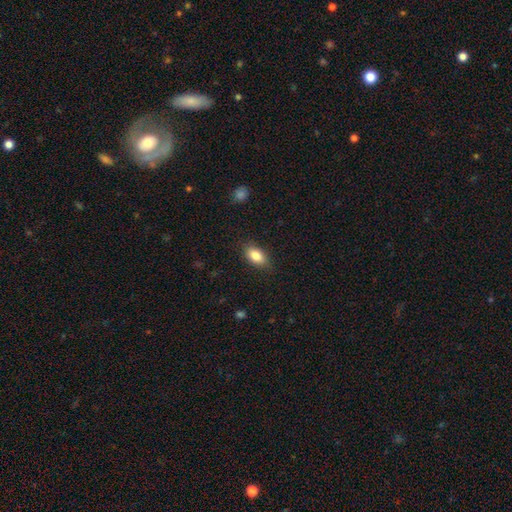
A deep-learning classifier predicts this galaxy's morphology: smooth_or_featured: smooth (p=0.85) [alt: featured or disk p=0.08]
how_rounded: in between (p=0.90) [alt: round p=0.07]
merging: none (p=0.84) [alt: minor disturbance p=0.12]